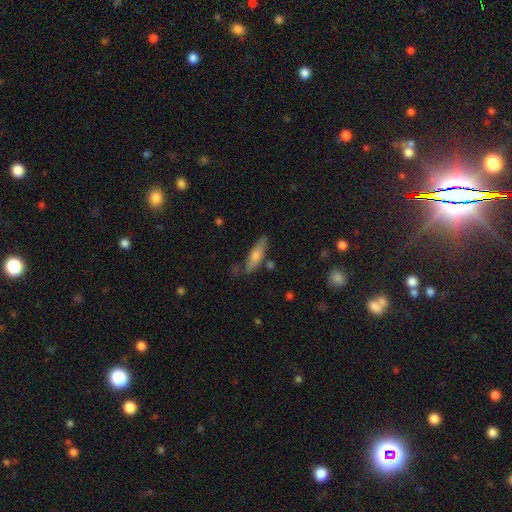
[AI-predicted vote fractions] Smooth or featured? smooth (62%)
How rounded? cigar-shaped (65%)
Merging? none (73%)